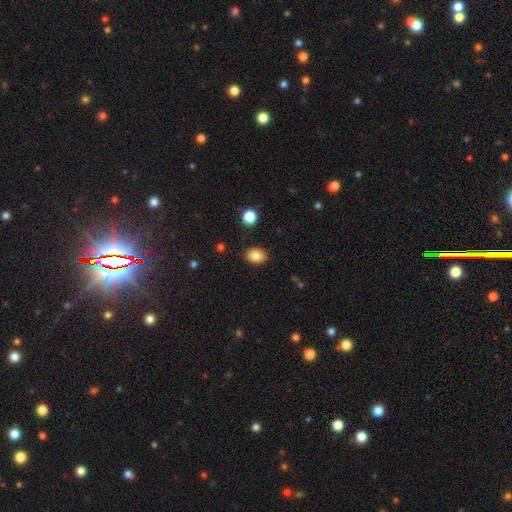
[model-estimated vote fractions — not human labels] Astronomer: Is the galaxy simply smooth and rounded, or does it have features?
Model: smooth — 87%.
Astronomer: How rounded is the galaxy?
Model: in between — 55% (runner-up: round, 44%).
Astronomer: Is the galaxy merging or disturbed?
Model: none — 85%.